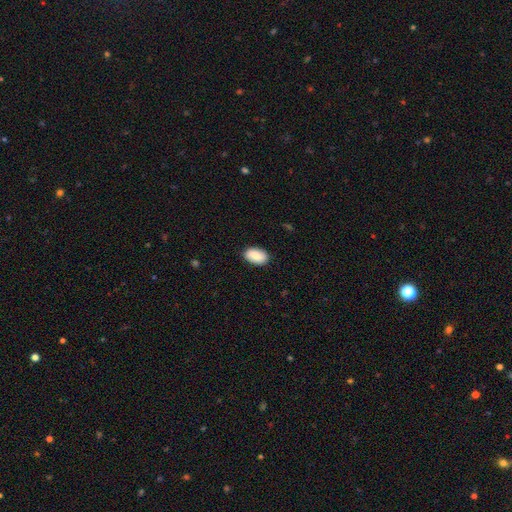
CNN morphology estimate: Overall: smooth (80%). How rounded: in between (93%). Merging: none (87%).